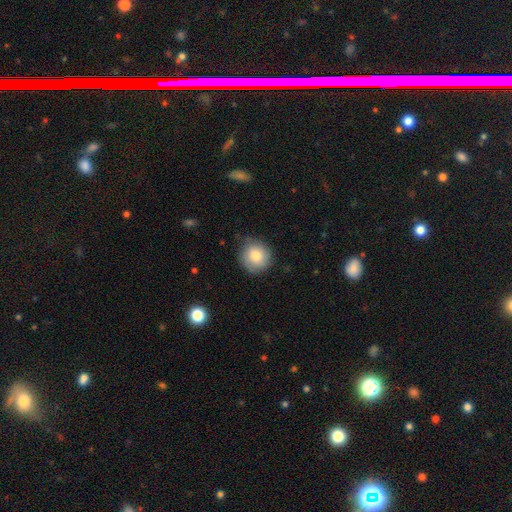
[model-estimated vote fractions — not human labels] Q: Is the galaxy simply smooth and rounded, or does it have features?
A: smooth — 78%.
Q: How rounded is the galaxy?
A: round — 91%.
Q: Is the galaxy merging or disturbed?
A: none — 77%.